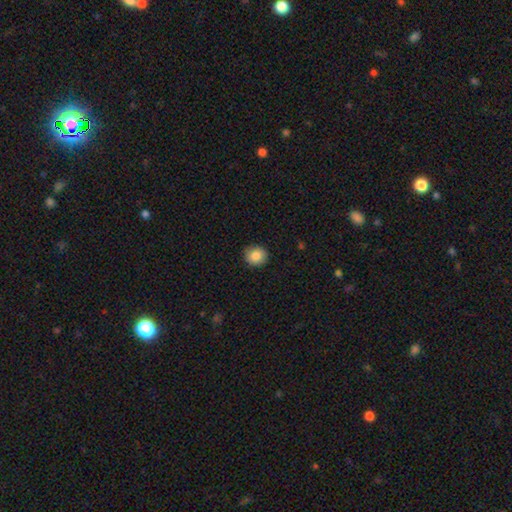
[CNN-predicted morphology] This appears to be a smooth galaxy with no disk features (84%) that is round (88%). Merging: none (90%).